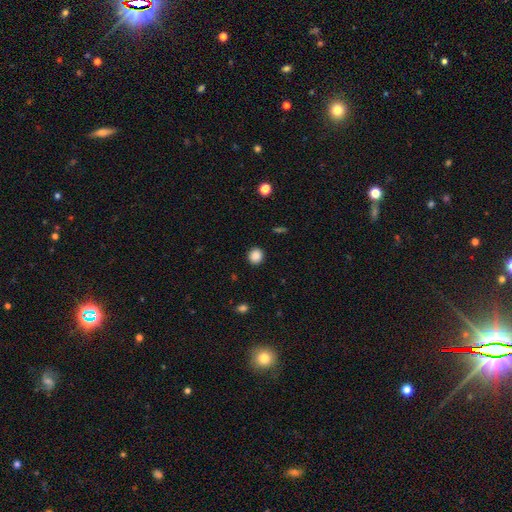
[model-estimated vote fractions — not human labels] Smooth or featured? smooth (87%)
How rounded? round (86%)
Merging? none (91%)